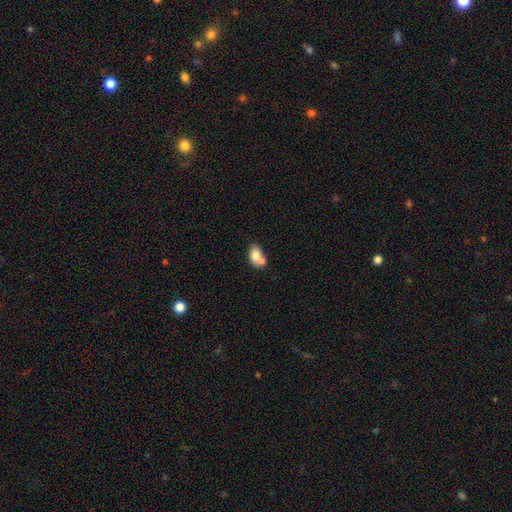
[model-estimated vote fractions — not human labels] Smooth or featured: smooth — 76% (featured or disk — 16%)
How rounded: in between — 78% (round — 21%)
Merging: merger — 49% (none — 34%)